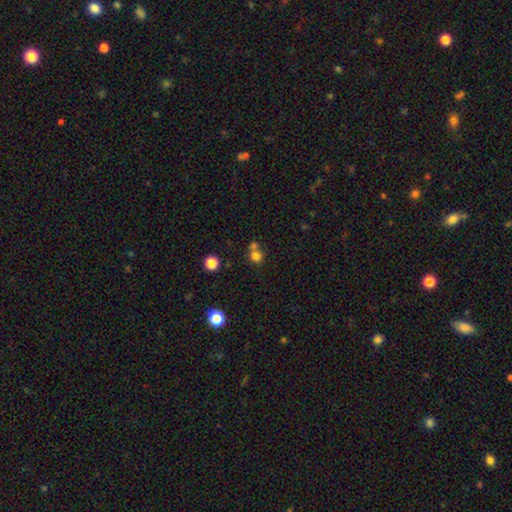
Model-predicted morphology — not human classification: Q: Smooth or featured?
A: smooth (76%); runner-up: star or artifact (15%)
Q: How rounded?
A: round (86%); runner-up: in between (13%)
Q: Merging?
A: none (51%); runner-up: merger (38%)